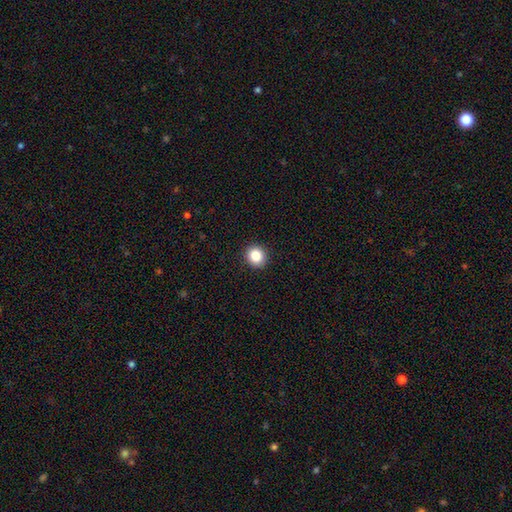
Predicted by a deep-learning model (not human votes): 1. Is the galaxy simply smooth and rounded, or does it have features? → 86% smooth, 10% star or artifact, 4% featured or disk.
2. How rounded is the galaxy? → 84% round, 15% in between, 1% cigar-shaped.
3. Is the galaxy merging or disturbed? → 92% none, 6% minor disturbance, 2% major disturbance, 1% merger.